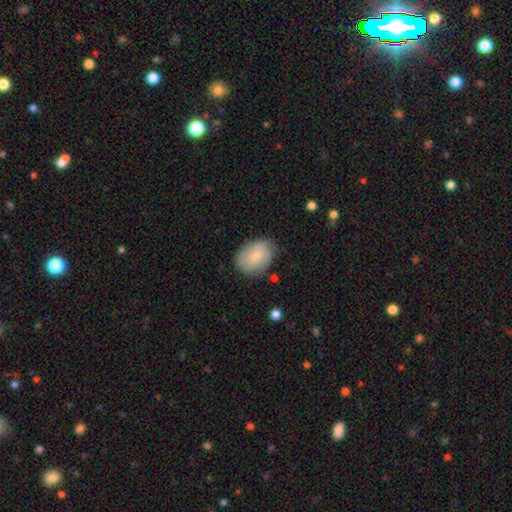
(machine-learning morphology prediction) A smooth galaxy with no disk features (61%) that is in between round and cigar-shaped (63%).

Vote fractions:
- Smooth or featured? smooth: 61% / featured or disk: 32% / star or artifact: 7%
- How rounded? in between: 63% / round: 36% / cigar-shaped: 1%
- Merging? none: 70% / minor disturbance: 23% / major disturbance: 6% / merger: 2%